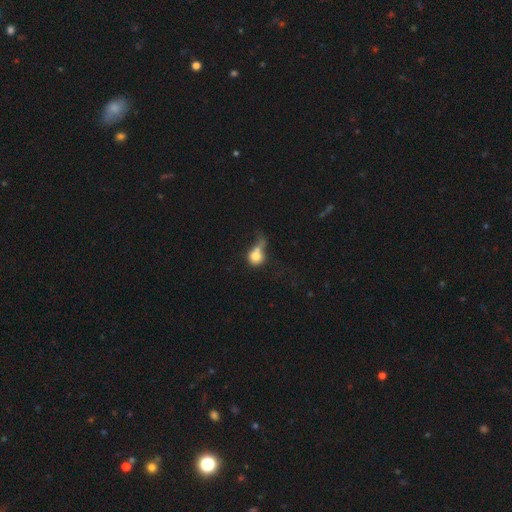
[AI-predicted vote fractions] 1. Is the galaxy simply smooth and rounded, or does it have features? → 74% smooth, 16% featured or disk, 10% star or artifact.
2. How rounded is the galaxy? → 74% round, 24% in between, 2% cigar-shaped.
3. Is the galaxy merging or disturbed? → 40% merger, 23% none, 21% major disturbance, 16% minor disturbance.